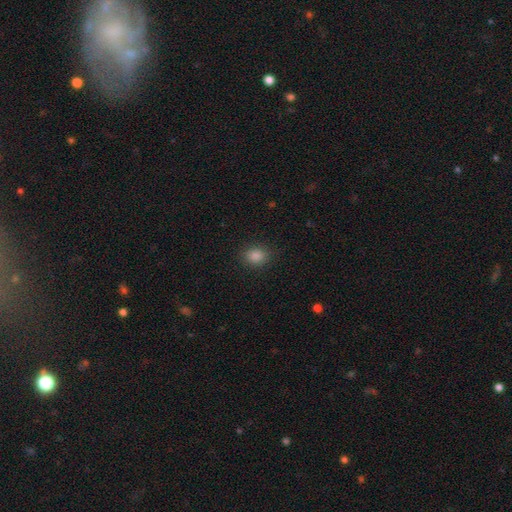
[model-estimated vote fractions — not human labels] smooth_or_featured: smooth (p=0.84) [alt: star or artifact p=0.12]
how_rounded: in between (p=0.55) [alt: round p=0.44]
merging: none (p=0.87) [alt: minor disturbance p=0.09]